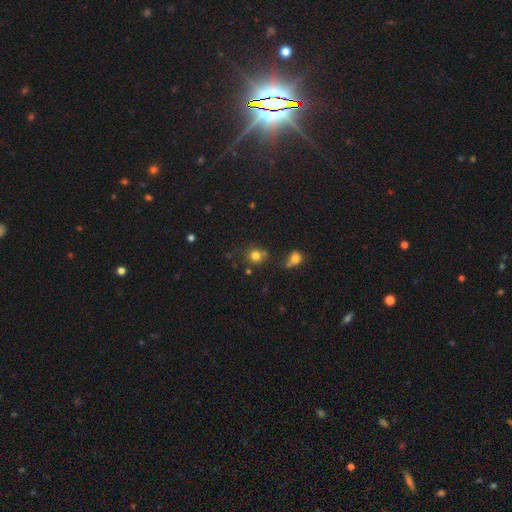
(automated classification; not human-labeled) The model was most divided on "merging": none: 71%, minor disturbance: 14%, merger: 10%, major disturbance: 5%. More confident: how rounded — round (84%); smooth or featured — smooth (80%).